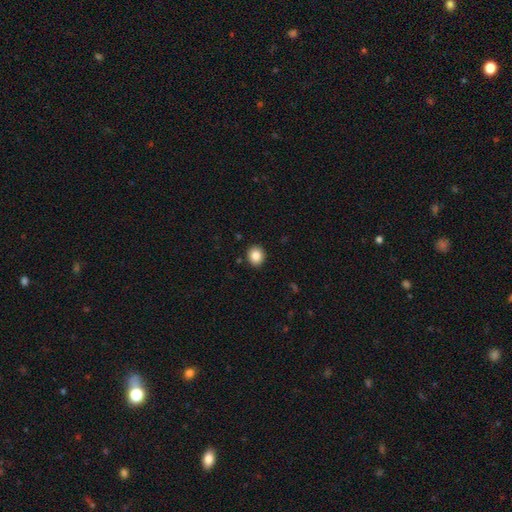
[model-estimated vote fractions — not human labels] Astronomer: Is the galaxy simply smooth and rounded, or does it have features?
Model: smooth — 86%.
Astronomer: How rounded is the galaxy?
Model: round — 79%.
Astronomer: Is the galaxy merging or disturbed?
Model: none — 91%.